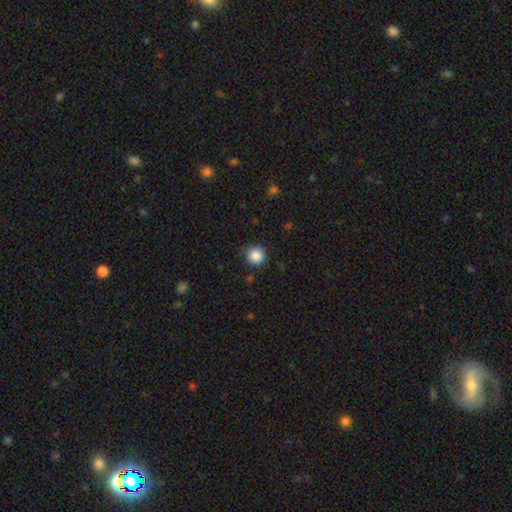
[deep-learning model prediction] This appears to be a smooth galaxy with no disk features (87%) that is round (94%). Merging: none (87%).